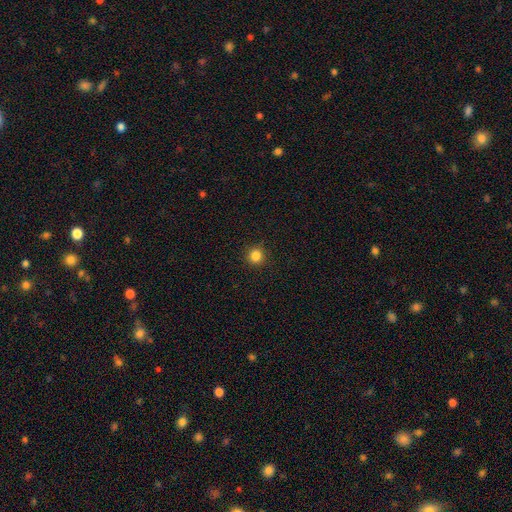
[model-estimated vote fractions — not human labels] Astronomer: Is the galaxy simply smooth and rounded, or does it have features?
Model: smooth — 84%.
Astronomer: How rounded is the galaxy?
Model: round — 94%.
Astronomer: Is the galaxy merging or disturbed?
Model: none — 92%.